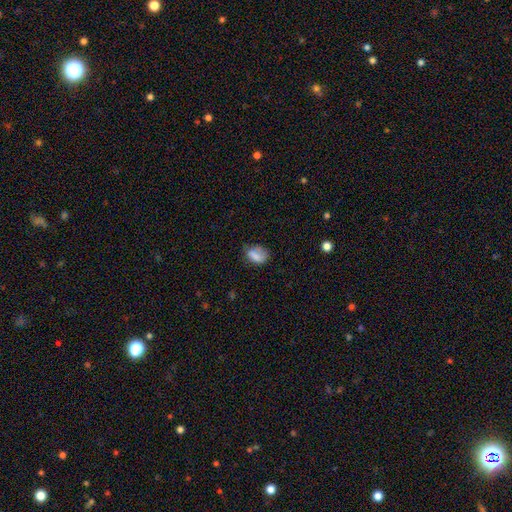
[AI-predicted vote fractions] Smooth or featured: smooth — 77% (featured or disk — 14%)
How rounded: in between — 74% (round — 24%)
Merging: none — 48% (minor disturbance — 33%)